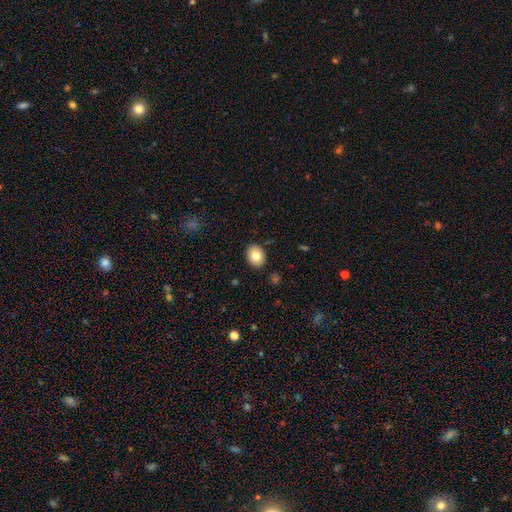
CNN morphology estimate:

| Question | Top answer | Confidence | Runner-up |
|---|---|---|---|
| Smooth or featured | smooth | 81% | featured or disk (11%) |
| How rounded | in between | 65% | round (34%) |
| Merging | none | 89% | minor disturbance (8%) |